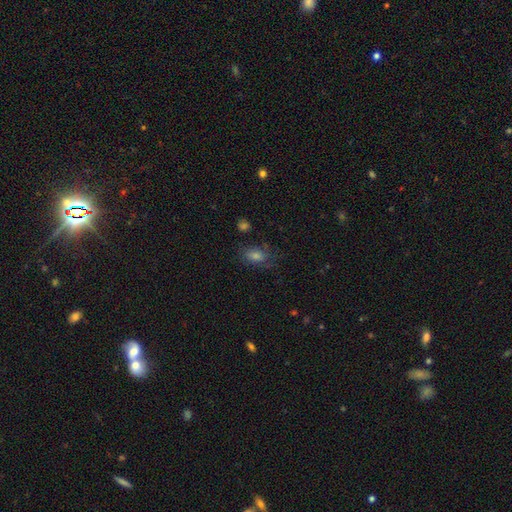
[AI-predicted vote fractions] Smooth or featured? Predicted: smooth (p=0.49). Merging? Predicted: none (p=0.67).